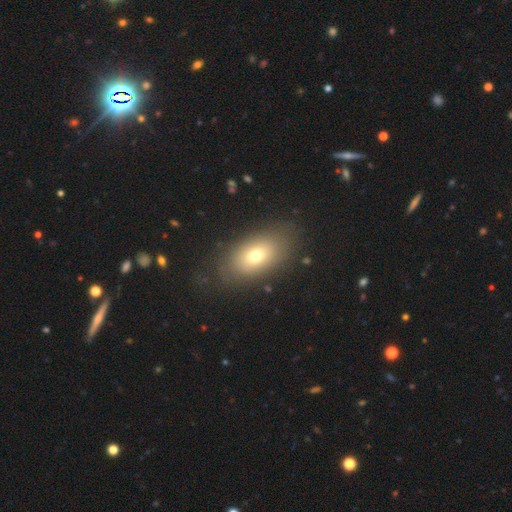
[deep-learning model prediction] Morphology: type=smooth (71%); roundness=in between (88%); merging=none (81%).